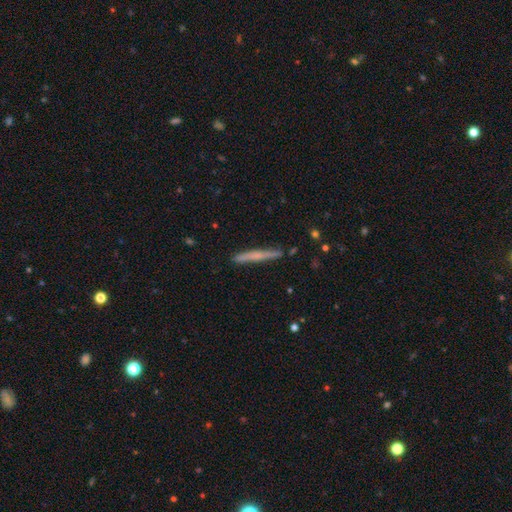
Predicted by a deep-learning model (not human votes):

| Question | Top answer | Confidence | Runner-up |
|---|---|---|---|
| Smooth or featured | smooth | 48% | featured or disk (45%) |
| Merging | none | 86% | minor disturbance (11%) |